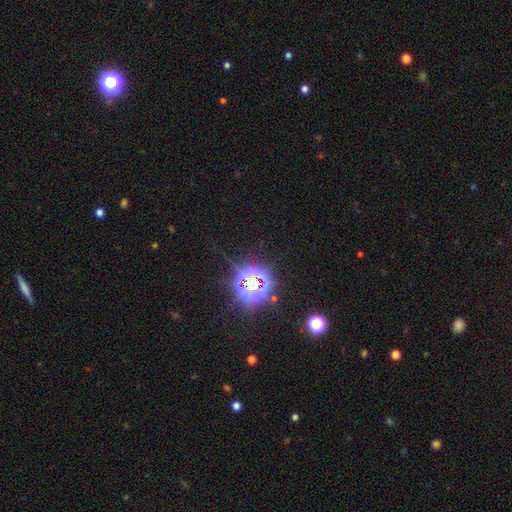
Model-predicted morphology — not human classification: A star or artifact, not a galaxy (84%).